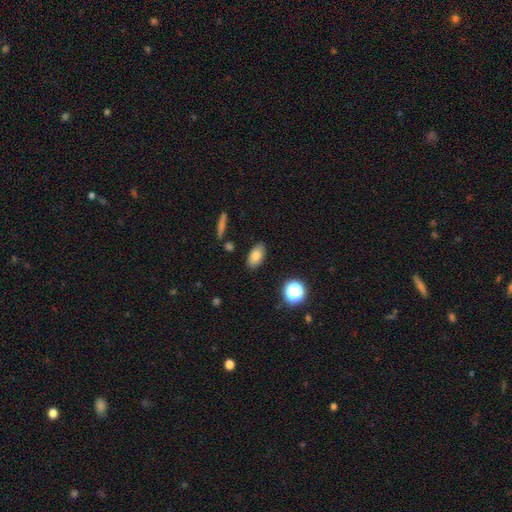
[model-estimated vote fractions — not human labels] Morphology: type=smooth (79%); roundness=in between (91%); merging=none (86%).